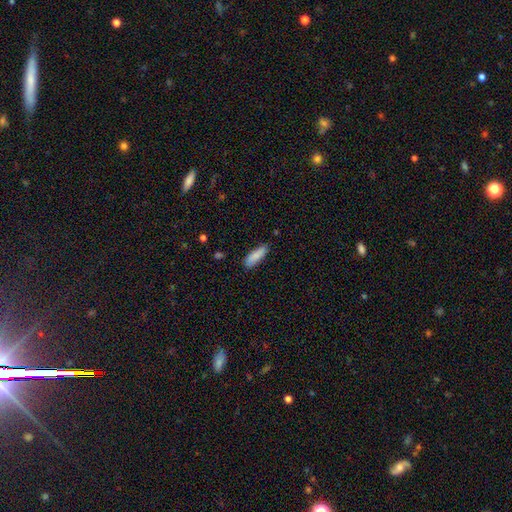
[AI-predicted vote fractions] smooth_or_featured: smooth (p=0.87) [alt: star or artifact p=0.06]
how_rounded: cigar-shaped (p=0.51) [alt: in between p=0.48]
merging: none (p=0.79) [alt: minor disturbance p=0.16]